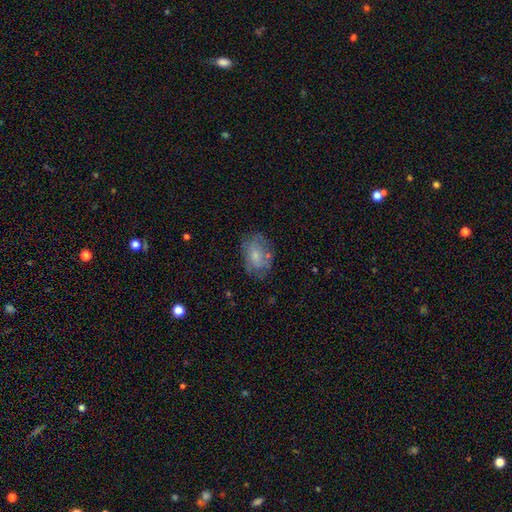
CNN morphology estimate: Smooth or featured? smooth (56%)
How rounded? in between (79%)
Merging? none (60%)